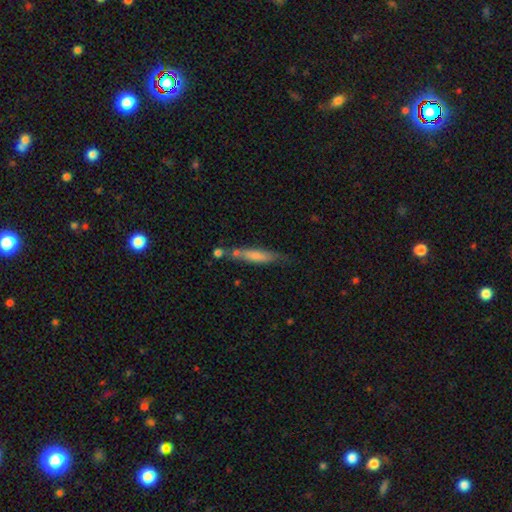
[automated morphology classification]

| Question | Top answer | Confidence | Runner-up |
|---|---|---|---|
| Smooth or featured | smooth | 67% | featured or disk (27%) |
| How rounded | cigar-shaped | 84% | in between (14%) |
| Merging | none | 52% | minor disturbance (22%) |